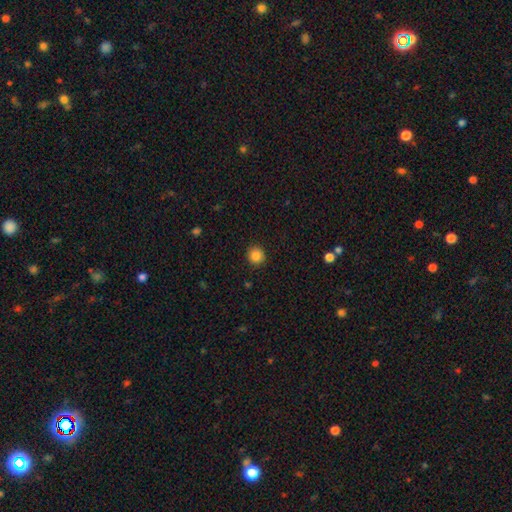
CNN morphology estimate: Smooth or featured: smooth — 86% (star or artifact — 10%)
How rounded: round — 93% (in between — 6%)
Merging: none — 92% (minor disturbance — 5%)